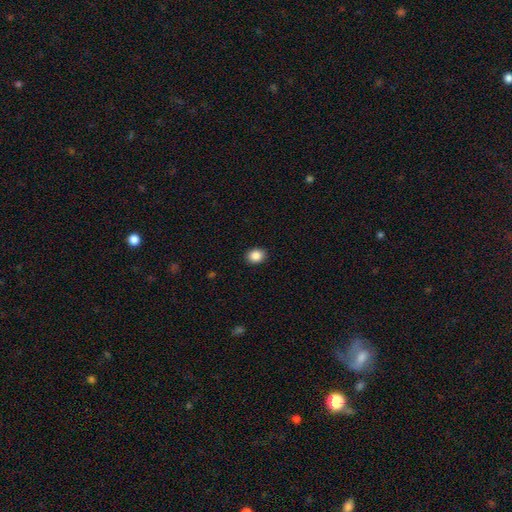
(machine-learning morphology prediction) A smooth galaxy with no disk features (87%) that is round (51%). Merging: none (90%).